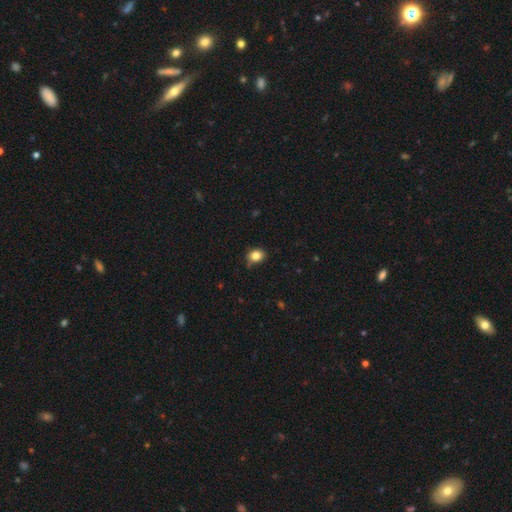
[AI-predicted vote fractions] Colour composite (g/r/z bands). It shows a smooth galaxy with no disk features (83%) that is round (57%). Merging: none (74%).